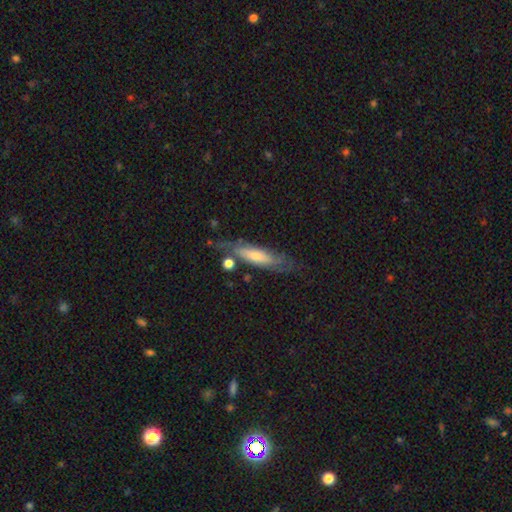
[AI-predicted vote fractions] A featured or disk galaxy (49%).

Vote fractions:
- Smooth or featured? featured or disk: 49% / smooth: 44% / star or artifact: 7%
- Merging? none: 59% / minor disturbance: 22% / major disturbance: 11% / merger: 7%